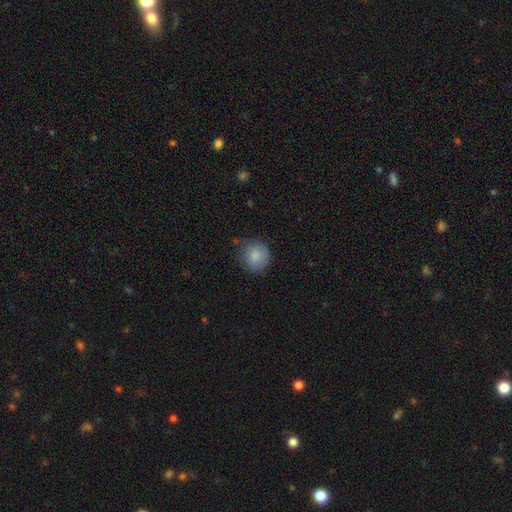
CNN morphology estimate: A smooth galaxy with no disk features (85%) that is round (89%).

Vote fractions:
- Smooth or featured? smooth: 85% / star or artifact: 8% / featured or disk: 7%
- How rounded? round: 89% / in between: 10% / cigar-shaped: 1%
- Merging? none: 74% / minor disturbance: 20% / major disturbance: 4% / merger: 2%